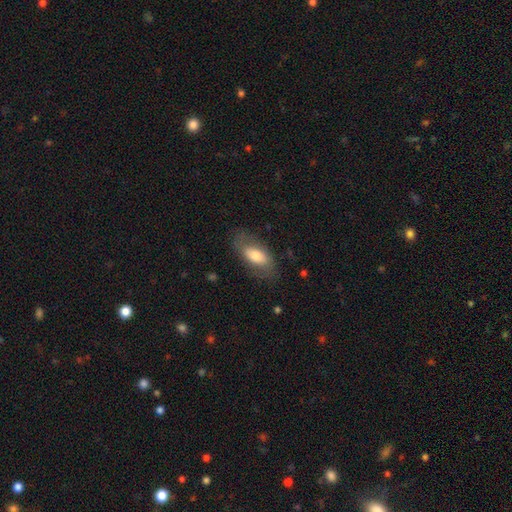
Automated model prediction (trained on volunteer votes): Q: Smooth or featured?
A: smooth (63%); runner-up: featured or disk (30%)
Q: How rounded?
A: in between (88%); runner-up: cigar-shaped (9%)
Q: Merging?
A: none (73%); runner-up: minor disturbance (17%)